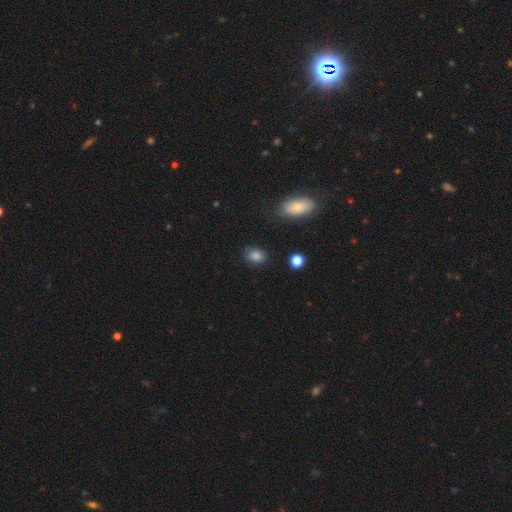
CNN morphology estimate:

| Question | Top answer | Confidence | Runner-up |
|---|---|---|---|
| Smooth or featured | smooth | 84% | star or artifact (10%) |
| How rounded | in between | 65% | round (33%) |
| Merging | none | 81% | minor disturbance (14%) |